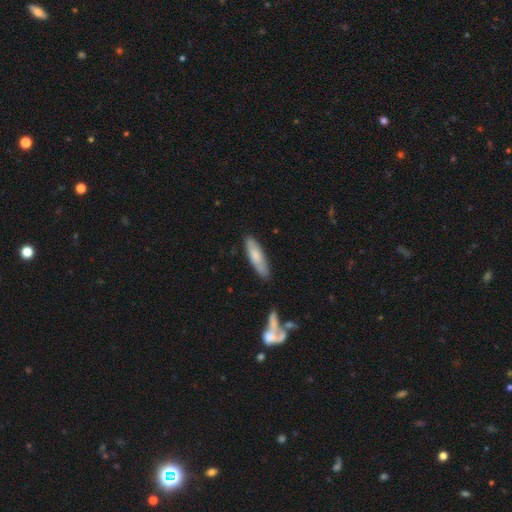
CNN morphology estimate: Q: Smooth or featured?
A: smooth (71%); runner-up: featured or disk (23%)
Q: How rounded?
A: cigar-shaped (64%); runner-up: in between (35%)
Q: Merging?
A: none (82%); runner-up: minor disturbance (13%)